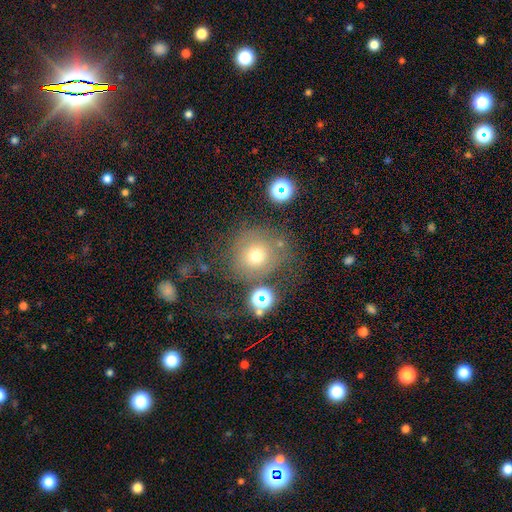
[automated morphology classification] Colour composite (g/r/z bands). It shows a smooth galaxy with no disk features (66%) that is round (86%). Merging: none (62%).